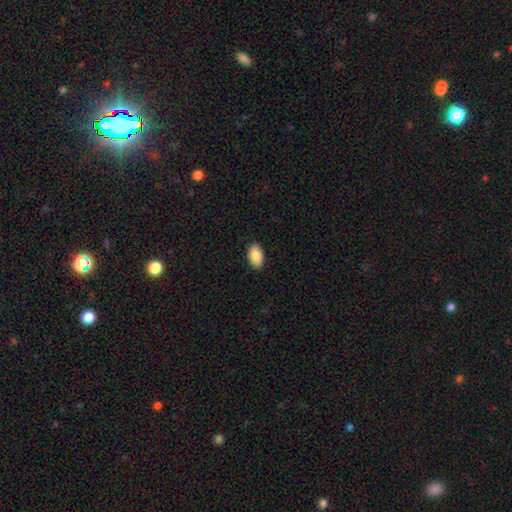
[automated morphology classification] Smooth or featured: smooth — 89% (star or artifact — 7%)
How rounded: in between — 94% (round — 4%)
Merging: none — 89% (minor disturbance — 8%)